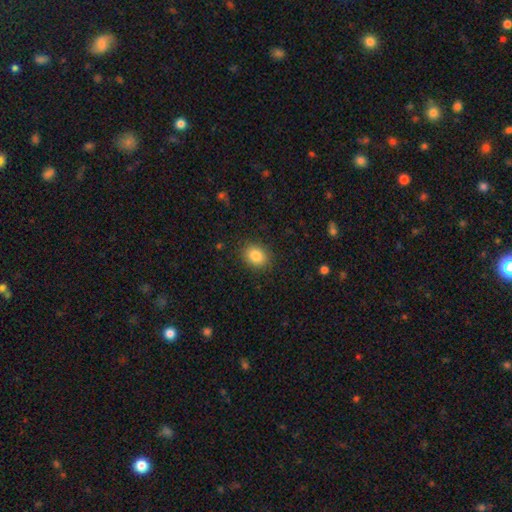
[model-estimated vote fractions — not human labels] This is clearly a smooth galaxy (85%). How rounded: possibly in between (51%). Merging: clearly none (88%).